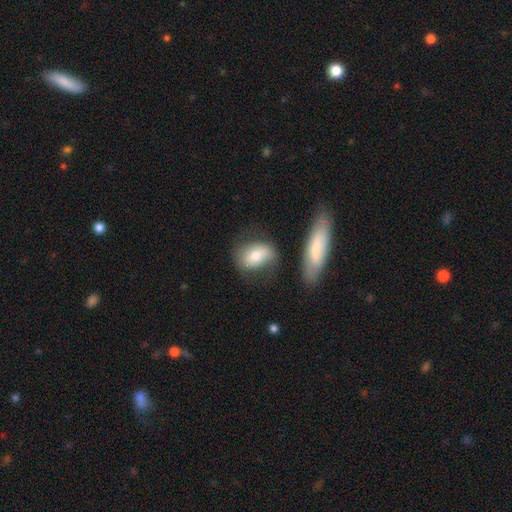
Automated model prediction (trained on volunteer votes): Q: Smooth or featured?
A: smooth (72%); runner-up: featured or disk (21%)
Q: How rounded?
A: in between (81%); runner-up: round (16%)
Q: Merging?
A: none (56%); runner-up: minor disturbance (22%)